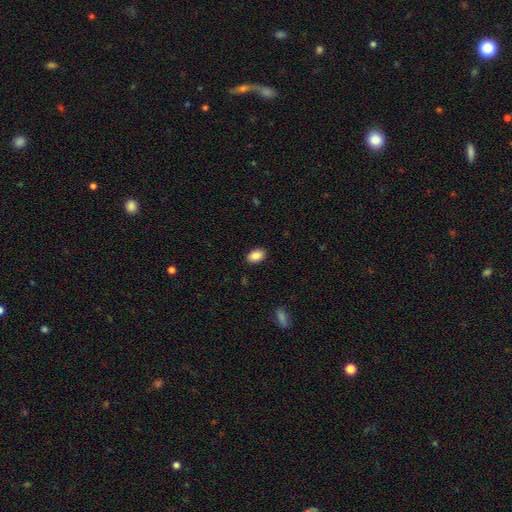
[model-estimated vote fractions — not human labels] Smooth or featured: smooth — 88% (star or artifact — 8%)
How rounded: in between — 89% (round — 10%)
Merging: none — 88% (minor disturbance — 9%)